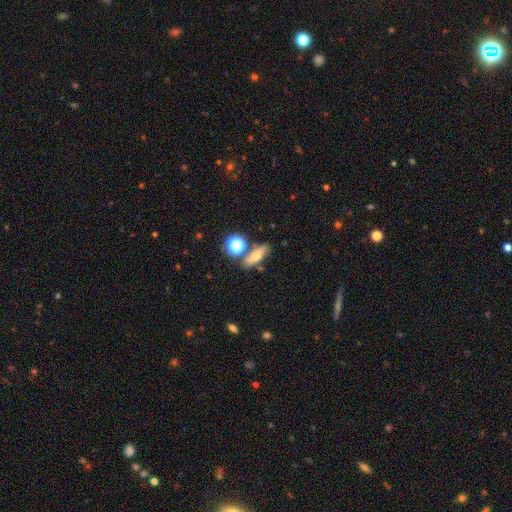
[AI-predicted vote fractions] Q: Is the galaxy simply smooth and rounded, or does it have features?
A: smooth — 65%.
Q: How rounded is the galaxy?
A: in between — 53%.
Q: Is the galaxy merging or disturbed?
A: none — 67%.